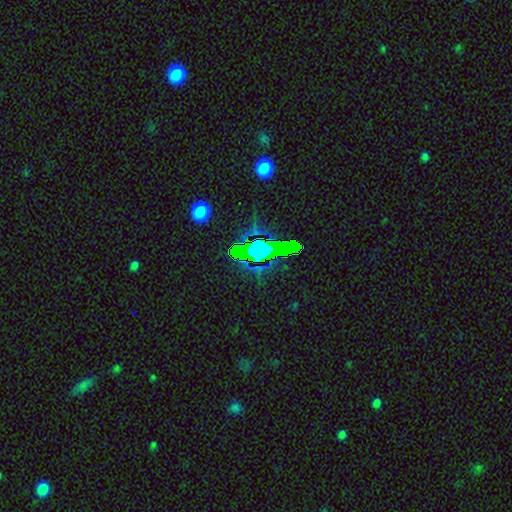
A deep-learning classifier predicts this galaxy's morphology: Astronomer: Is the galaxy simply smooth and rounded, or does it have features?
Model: star or artifact — 74%.